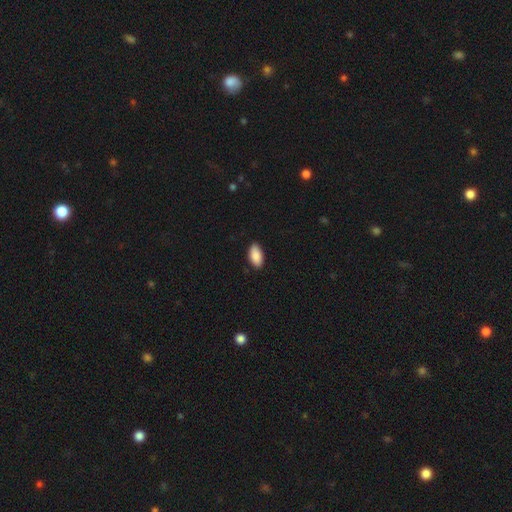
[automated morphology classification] A smooth galaxy with no disk features (90%) that is in between round and cigar-shaped (94%).

Vote fractions:
- Smooth or featured? smooth: 90% / star or artifact: 6% / featured or disk: 4%
- How rounded? in between: 94% / cigar-shaped: 3% / round: 3%
- Merging? none: 88% / minor disturbance: 9% / major disturbance: 2% / merger: 1%